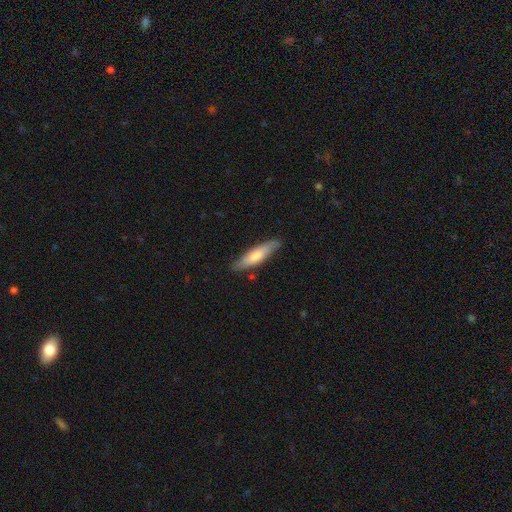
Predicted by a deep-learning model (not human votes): Morphology: type=smooth (65%); roundness=cigar-shaped (71%); merging=none (82%).